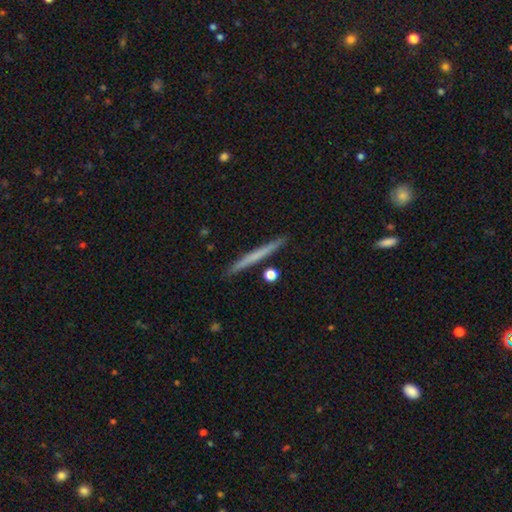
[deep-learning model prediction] Morphology: type=smooth (55%); roundness=cigar-shaped (97%); merging=none (90%).